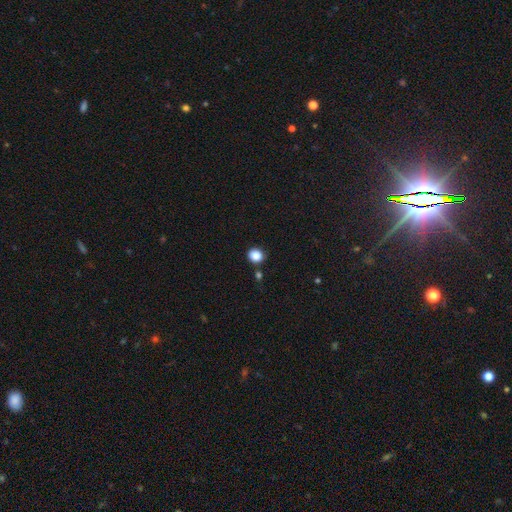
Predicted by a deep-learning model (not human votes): A smooth galaxy with no disk features (86%) that is round (80%). Merging: none (84%).